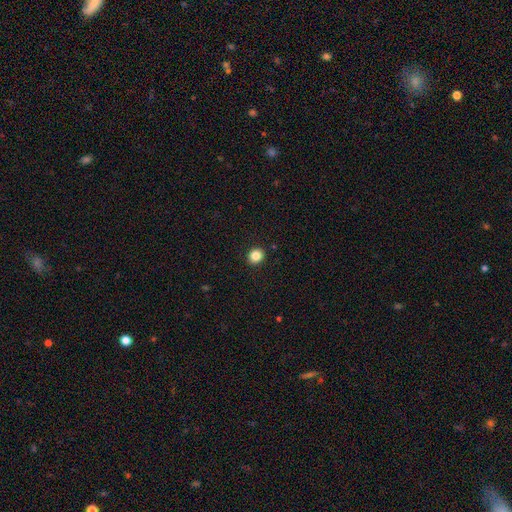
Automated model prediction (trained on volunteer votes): Smooth or featured: smooth — 85% (star or artifact — 10%)
How rounded: round — 76% (in between — 23%)
Merging: none — 92% (minor disturbance — 5%)